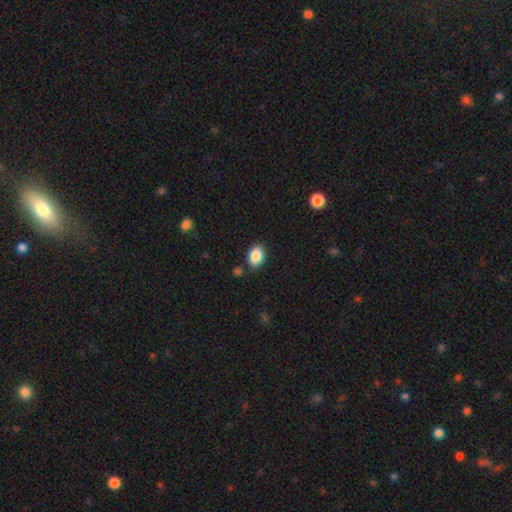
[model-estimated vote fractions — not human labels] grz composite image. It shows a smooth galaxy with no disk features (88%) that is in between round and cigar-shaped (79%). Merging: none (84%).